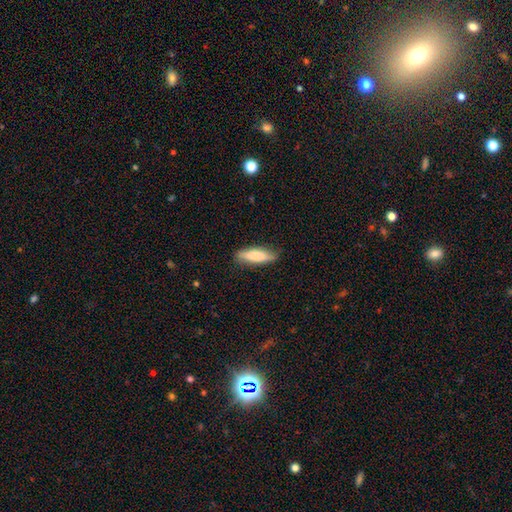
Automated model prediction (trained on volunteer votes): Smooth or featured? Predicted: smooth (p=0.76). How rounded? Predicted: cigar-shaped (p=0.57). Merging? Predicted: none (p=0.83).